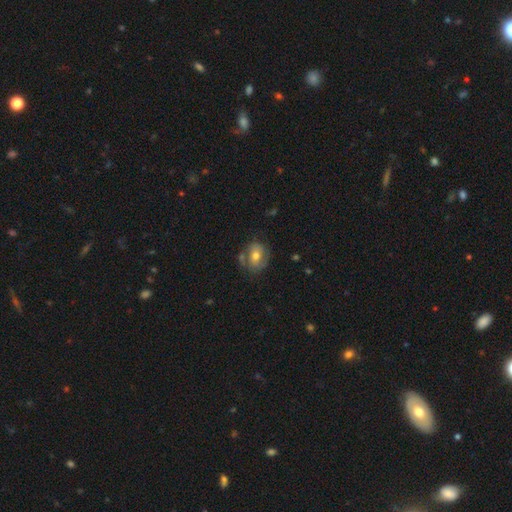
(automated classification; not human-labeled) This is possibly a smooth galaxy (48%). Merging: likely none (62%).